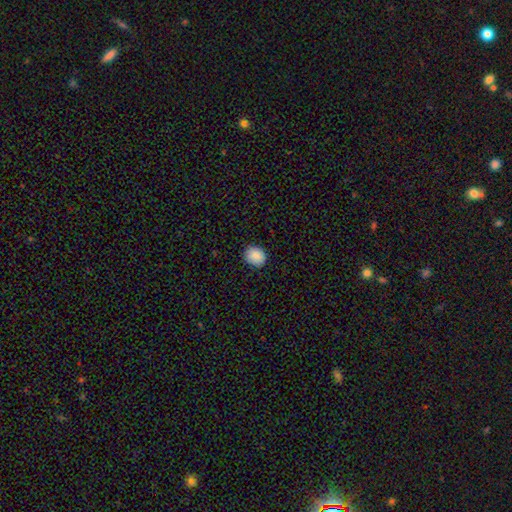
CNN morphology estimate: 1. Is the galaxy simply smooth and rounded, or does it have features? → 88% smooth, 8% star or artifact, 4% featured or disk.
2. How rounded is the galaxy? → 65% round, 34% in between, 1% cigar-shaped.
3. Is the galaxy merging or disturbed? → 88% none, 9% minor disturbance, 2% major disturbance, 1% merger.